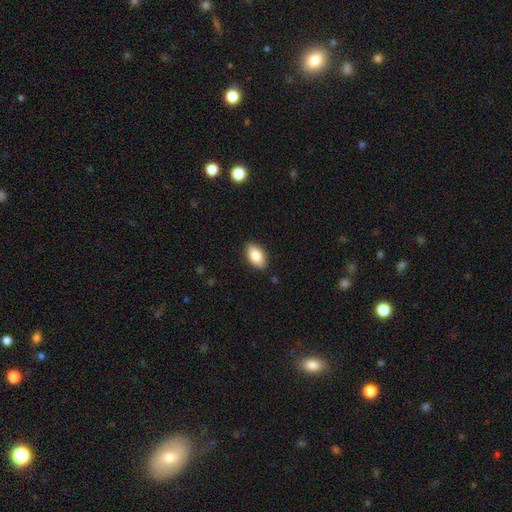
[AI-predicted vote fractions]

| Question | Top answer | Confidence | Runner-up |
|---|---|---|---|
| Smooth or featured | smooth | 81% | featured or disk (12%) |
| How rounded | in between | 91% | round (5%) |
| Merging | none | 87% | minor disturbance (10%) |